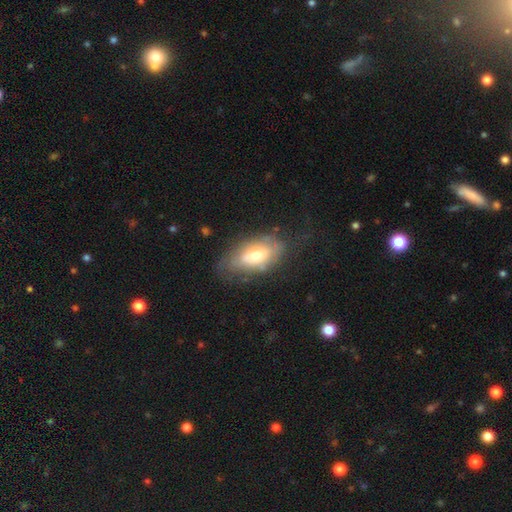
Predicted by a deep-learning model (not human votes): Smooth or featured: smooth — 57% (featured or disk — 36%)
How rounded: in between — 90% (cigar-shaped — 6%)
Merging: none — 59% (minor disturbance — 26%)